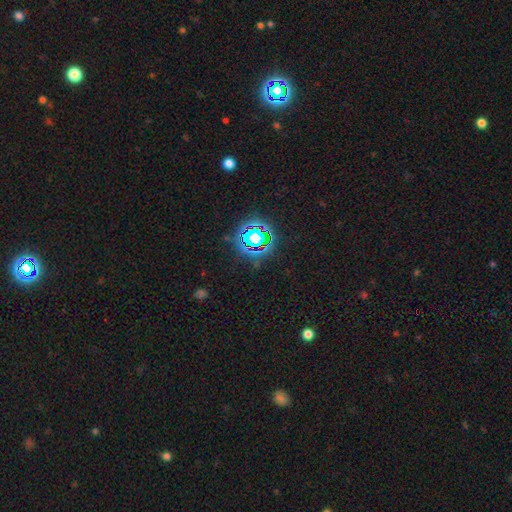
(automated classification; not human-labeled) This appears to be a star or artifact, not a galaxy (78%).